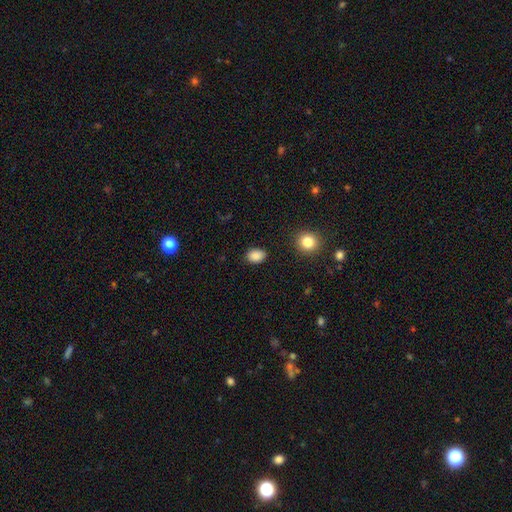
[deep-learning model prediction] A smooth galaxy with no disk features (88%) that is in between round and cigar-shaped (72%). Merging: none (86%).